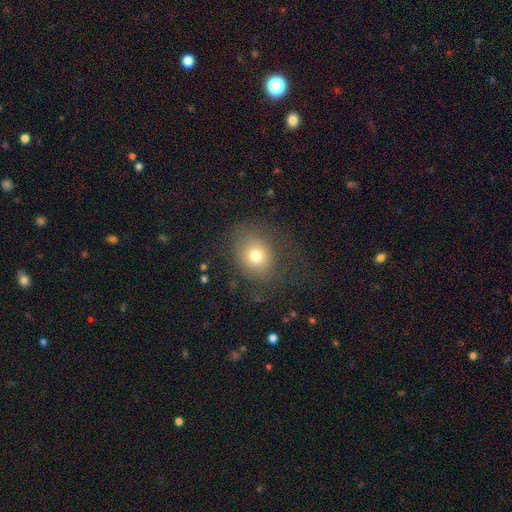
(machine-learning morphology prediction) This appears to be a smooth galaxy with no disk features (73%) that is round (59%). Merging: none (61%).